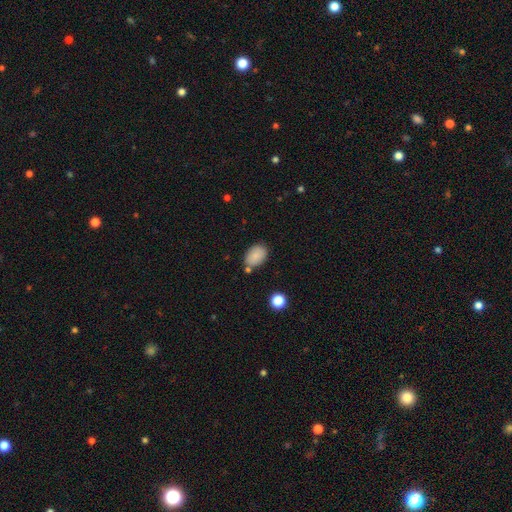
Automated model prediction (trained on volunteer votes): smooth-or-featured: smooth: 86% | star or artifact: 8% | featured or disk: 6%
  how-rounded: in between: 84% | round: 15% | cigar-shaped: 1%
  merging: none: 73% | minor disturbance: 15% | merger: 8% | major disturbance: 3%